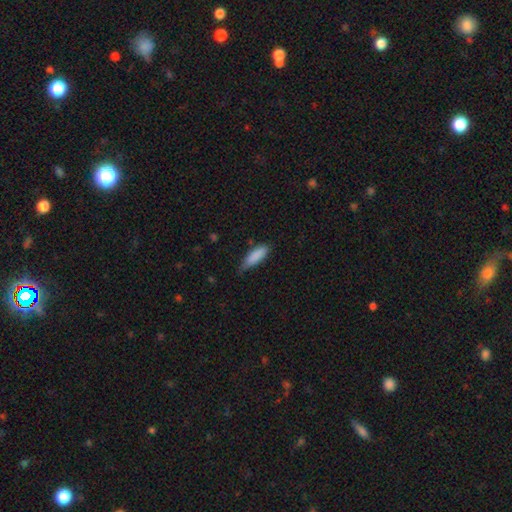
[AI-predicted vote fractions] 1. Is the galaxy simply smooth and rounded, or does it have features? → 87% smooth, 6% star or artifact, 6% featured or disk.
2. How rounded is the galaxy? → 58% in between, 40% cigar-shaped, 2% round.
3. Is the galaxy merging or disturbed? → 54% none, 38% minor disturbance, 6% major disturbance, 2% merger.